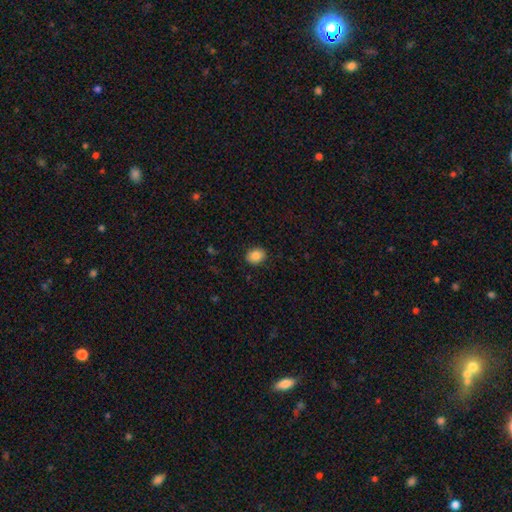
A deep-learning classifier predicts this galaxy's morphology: Smooth or featured? smooth (86%)
How rounded? round (51%)
Merging? none (89%)